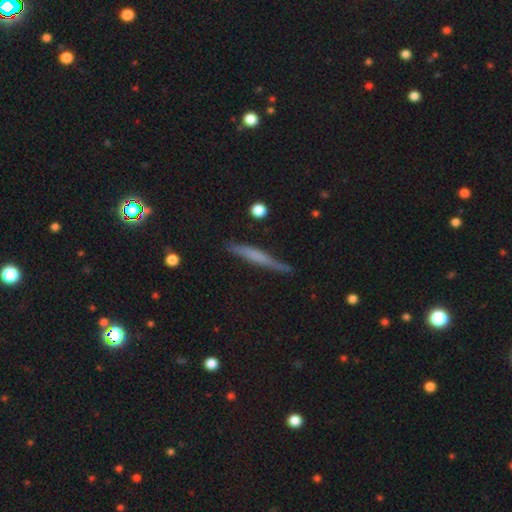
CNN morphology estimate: Q: Smooth or featured?
A: smooth (49%); runner-up: featured or disk (44%)
Q: Merging?
A: none (80%); runner-up: minor disturbance (15%)